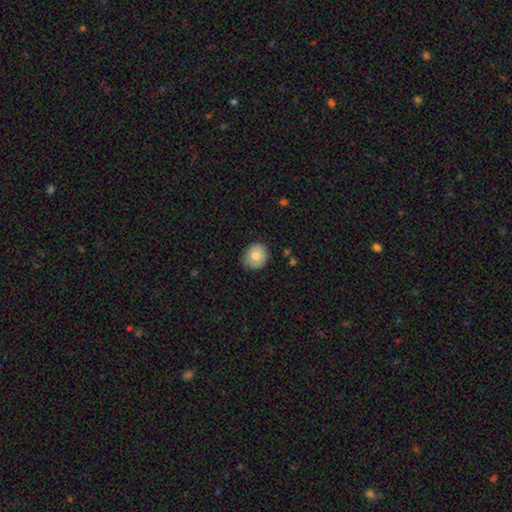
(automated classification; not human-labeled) Overall: smooth (77%). How rounded: round (83%). Merging: none (84%).